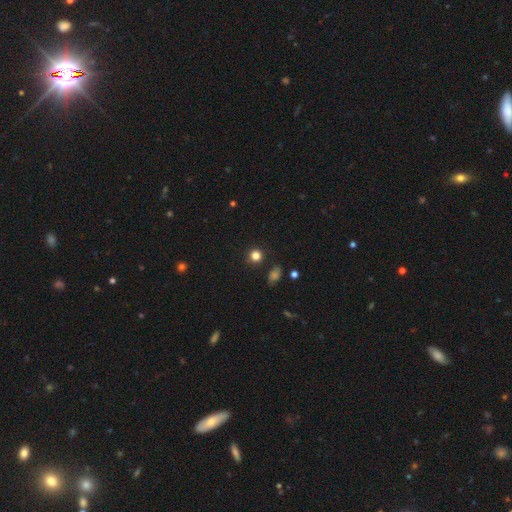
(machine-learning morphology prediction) A smooth galaxy with no disk features (82%) that is round (92%). Merging: none (87%).